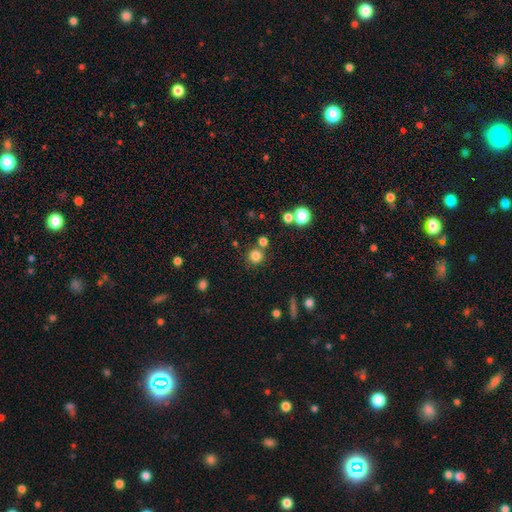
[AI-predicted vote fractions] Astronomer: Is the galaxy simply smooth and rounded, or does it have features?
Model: smooth — 80%.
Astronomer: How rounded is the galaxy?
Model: round — 93%.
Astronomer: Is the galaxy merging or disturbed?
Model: none — 78%.